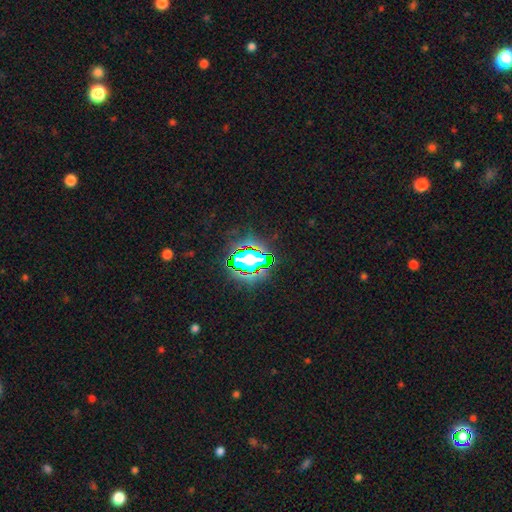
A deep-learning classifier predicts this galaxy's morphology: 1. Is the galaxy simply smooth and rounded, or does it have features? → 79% star or artifact, 12% smooth, 9% featured or disk.